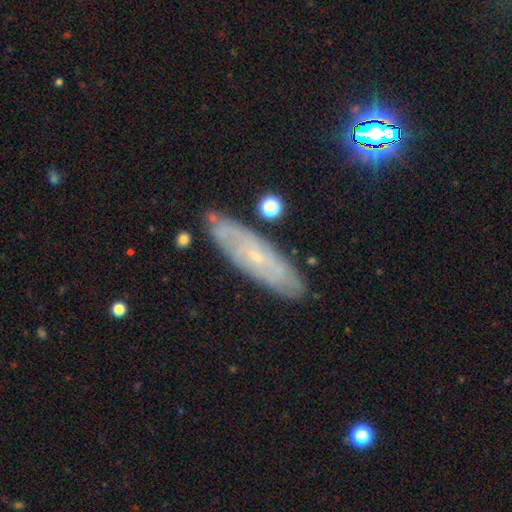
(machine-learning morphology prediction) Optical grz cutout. It shows a featured or disk galaxy (63%). Merging: none (83%).